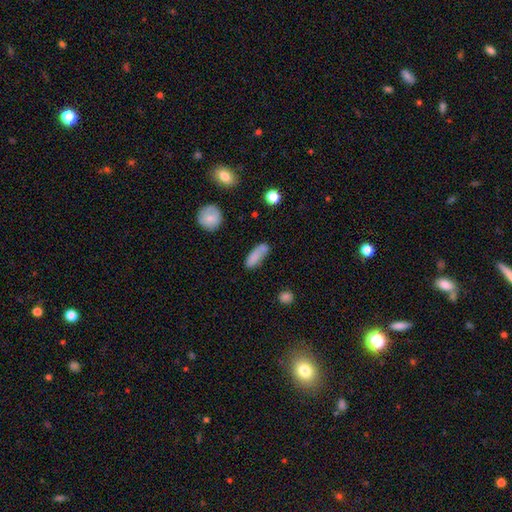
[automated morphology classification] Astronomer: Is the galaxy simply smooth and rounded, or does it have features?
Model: smooth — 80%.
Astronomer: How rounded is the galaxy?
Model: in between — 59% (runner-up: cigar-shaped, 38%).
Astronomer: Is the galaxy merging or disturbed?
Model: none — 60%.